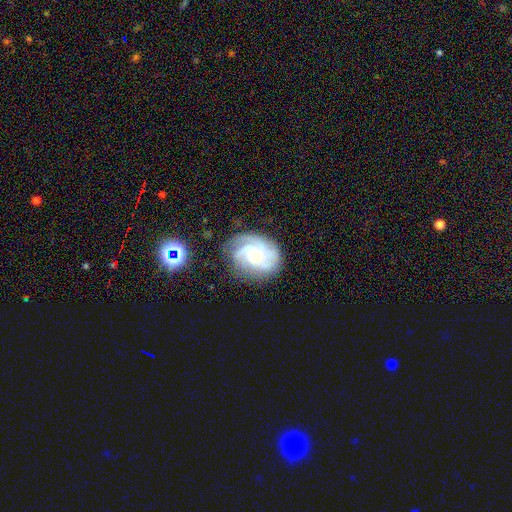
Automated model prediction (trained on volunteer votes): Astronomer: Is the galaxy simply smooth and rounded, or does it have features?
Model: featured or disk — 85%.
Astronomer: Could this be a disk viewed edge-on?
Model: no — 97%.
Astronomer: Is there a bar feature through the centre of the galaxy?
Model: no — 73%.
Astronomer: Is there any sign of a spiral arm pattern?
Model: yes — 97%.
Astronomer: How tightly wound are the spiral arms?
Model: tight — 57% (runner-up: medium, 34%).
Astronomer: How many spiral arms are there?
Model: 3 — 42% (runner-up: 4, 19%).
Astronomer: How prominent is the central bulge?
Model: moderate — 49% (runner-up: small, 47%).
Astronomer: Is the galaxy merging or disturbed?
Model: none — 71%.